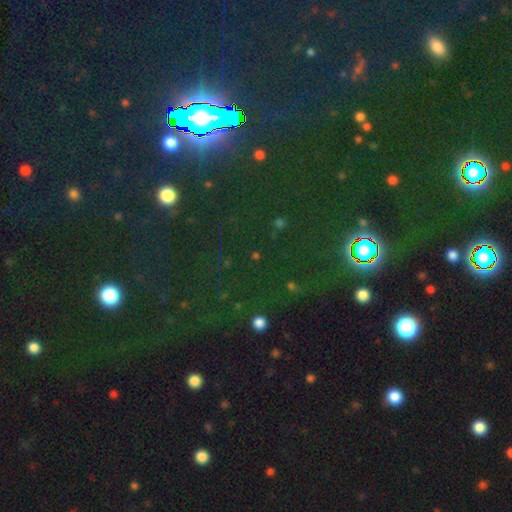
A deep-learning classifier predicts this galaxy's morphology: type=star or artifact (70%).